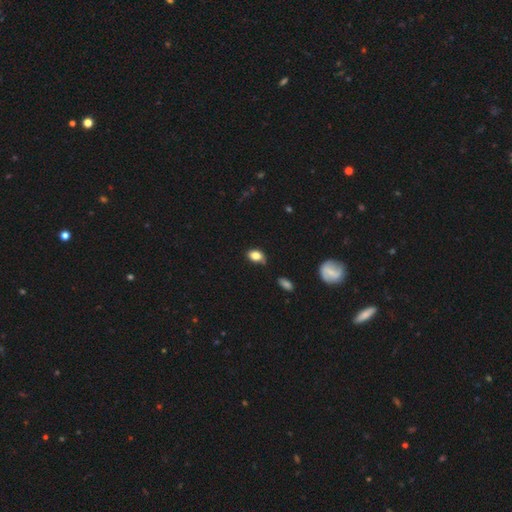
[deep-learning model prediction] This appears to be a smooth galaxy with no disk features (83%) that is in between round and cigar-shaped (76%). Merging: none (62%).